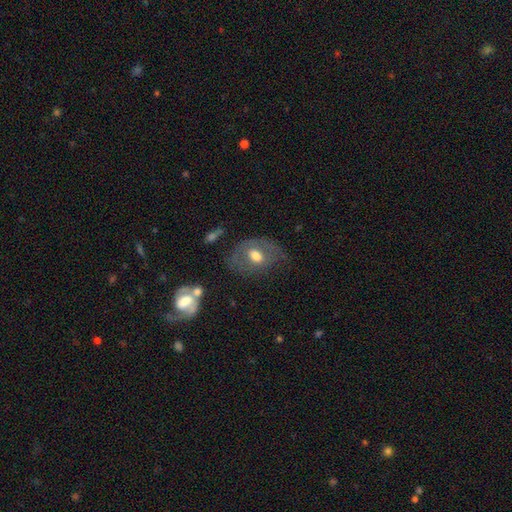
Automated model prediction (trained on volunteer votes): smooth_or_featured: smooth (p=0.52) [alt: featured or disk p=0.40]
how_rounded: in between (p=0.72) [alt: round p=0.26]
merging: none (p=0.54) [alt: minor disturbance p=0.25]